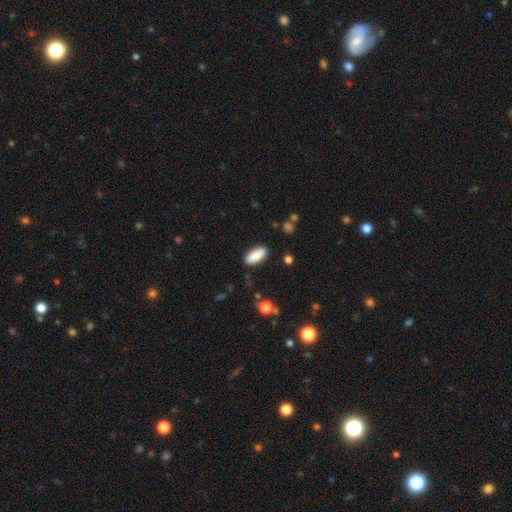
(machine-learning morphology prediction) Q: Smooth or featured?
A: smooth (86%); runner-up: featured or disk (8%)
Q: How rounded?
A: in between (82%); runner-up: cigar-shaped (16%)
Q: Merging?
A: none (86%); runner-up: minor disturbance (10%)